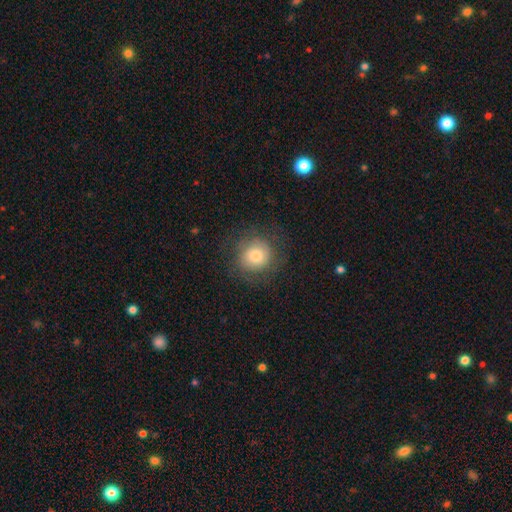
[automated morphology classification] Smooth or featured?
  - smooth: 71% *
  - featured or disk: 19%
  - star or artifact: 10%
How rounded?
  - round: 89% *
  - in between: 10%
  - cigar-shaped: 1%
Merging?
  - none: 78% *
  - minor disturbance: 13%
  - major disturbance: 8%
  - merger: 1%